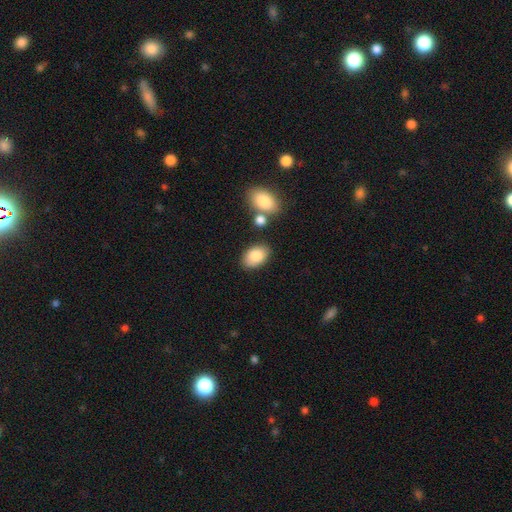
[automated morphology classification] smooth_or_featured: smooth (p=0.85) [alt: featured or disk p=0.08]
how_rounded: in between (p=0.89) [alt: round p=0.09]
merging: none (p=0.78) [alt: minor disturbance p=0.12]